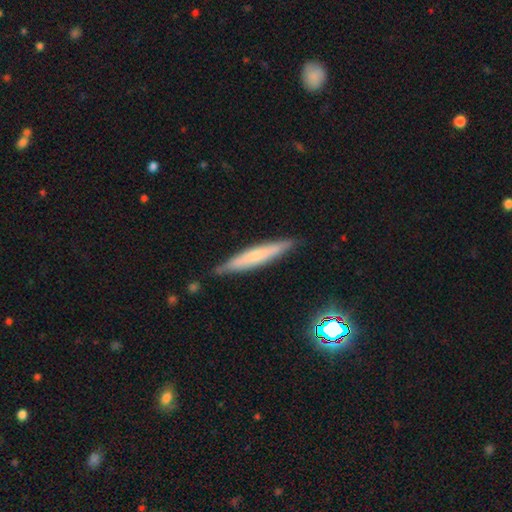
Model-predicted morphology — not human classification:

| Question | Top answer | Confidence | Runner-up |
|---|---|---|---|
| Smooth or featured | smooth | 53% | featured or disk (39%) |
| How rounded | cigar-shaped | 92% | in between (6%) |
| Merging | none | 85% | minor disturbance (12%) |